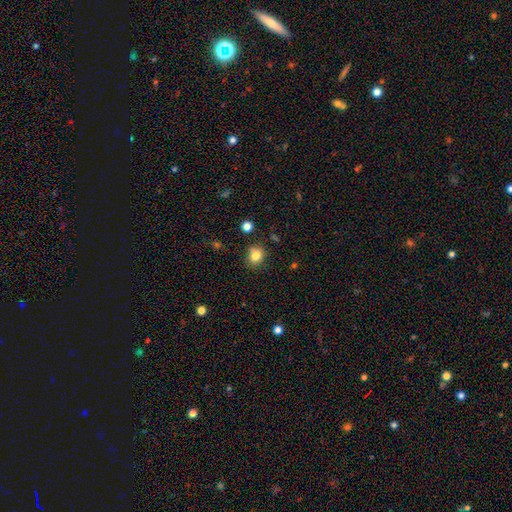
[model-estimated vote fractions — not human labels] smooth-or-featured: smooth: 82% | star or artifact: 12% | featured or disk: 7%
  how-rounded: round: 69% | in between: 30% | cigar-shaped: 1%
  merging: none: 79% | minor disturbance: 13% | merger: 4% | major disturbance: 3%